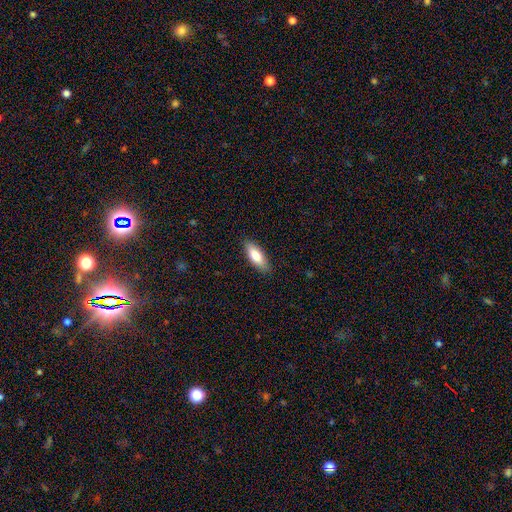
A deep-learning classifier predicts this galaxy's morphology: Smooth or featured?
  - smooth: 81% *
  - featured or disk: 13%
  - star or artifact: 6%
How rounded?
  - in between: 70% *
  - cigar-shaped: 29%
  - round: 2%
Merging?
  - none: 88% *
  - minor disturbance: 9%
  - major disturbance: 2%
  - merger: 1%